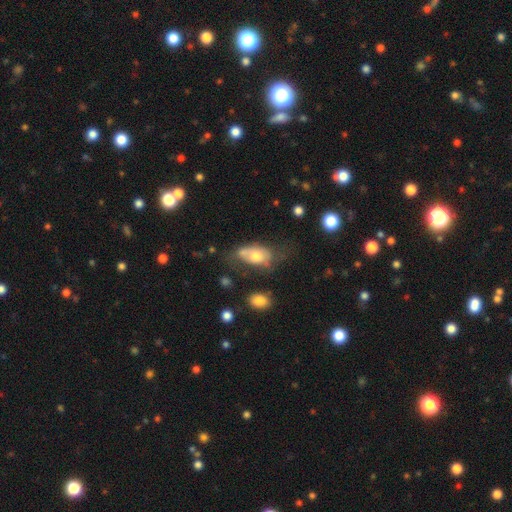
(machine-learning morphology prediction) A smooth galaxy with no disk features (61%) that is in between round and cigar-shaped (88%).

Vote fractions:
- Smooth or featured? smooth: 61% / featured or disk: 31% / star or artifact: 8%
- How rounded? in between: 88% / round: 9% / cigar-shaped: 3%
- Merging? none: 32% / minor disturbance: 29% / major disturbance: 27% / merger: 12%